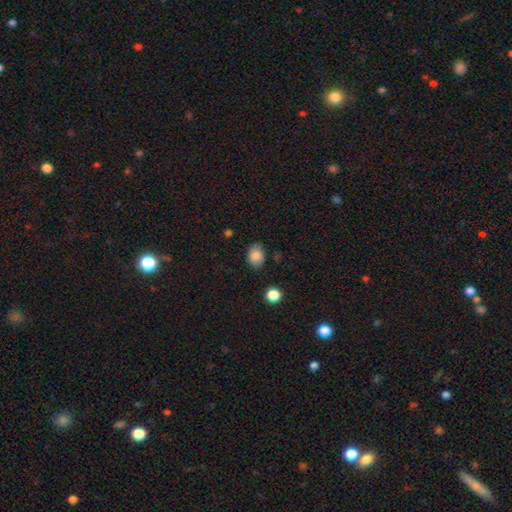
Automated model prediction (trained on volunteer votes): Overall: smooth (83%). How rounded: in between (71%). Merging: none (76%).